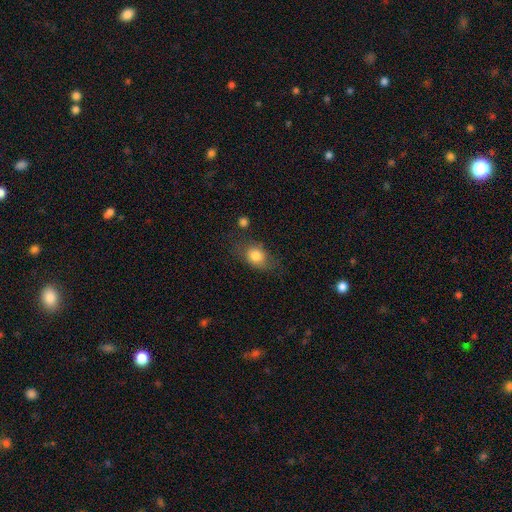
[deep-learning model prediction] Overall: smooth (79%). How rounded: in between (67%; round 30%). Merging: none (59%; minor disturbance 26%).